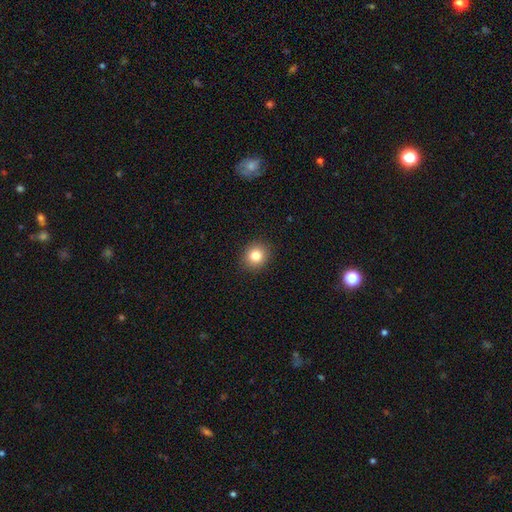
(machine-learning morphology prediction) smooth 82%, star or artifact 11%, featured or disk 7%. Down the decision tree: how rounded — round (84%); merging — none (92%).